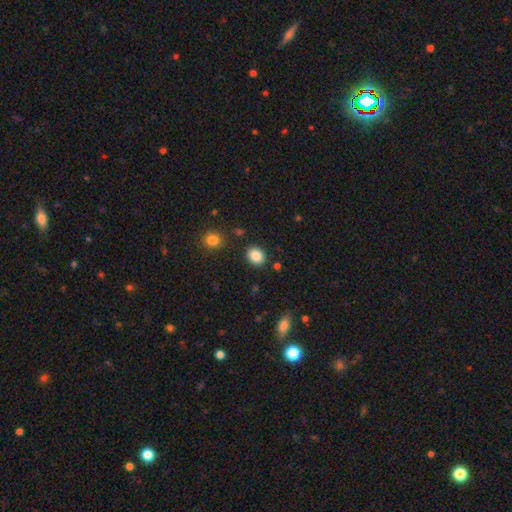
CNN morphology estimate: smooth_or_featured: smooth (p=0.87) [alt: star or artifact p=0.09]
how_rounded: round (p=0.50) [alt: in between p=0.49]
merging: none (p=0.86) [alt: minor disturbance p=0.09]